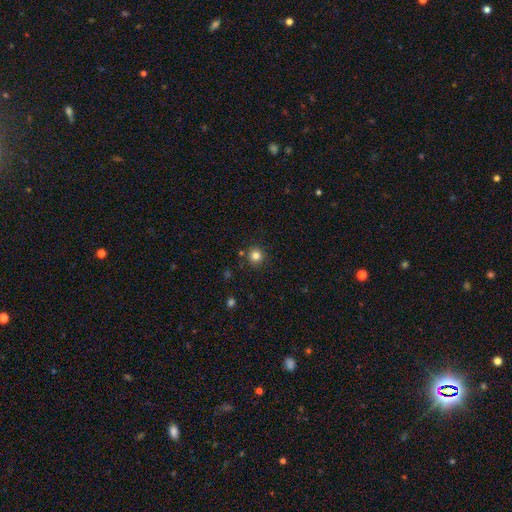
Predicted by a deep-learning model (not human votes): smooth_or_featured: smooth (p=0.82) [alt: star or artifact p=0.13]
how_rounded: round (p=0.94) [alt: in between p=0.05]
merging: none (p=0.87) [alt: minor disturbance p=0.07]